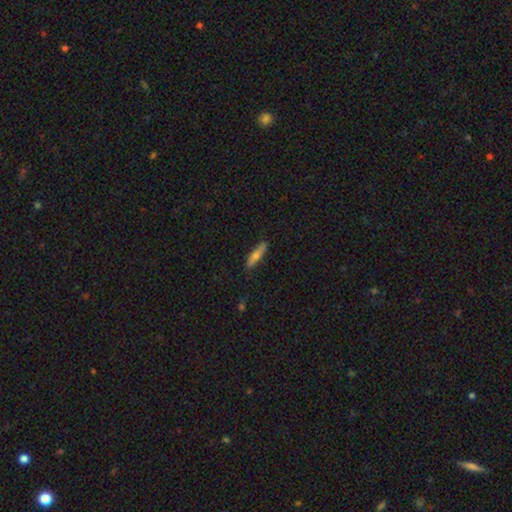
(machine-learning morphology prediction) type=smooth (57%); roundness=cigar-shaped (81%); merging=none (86%).